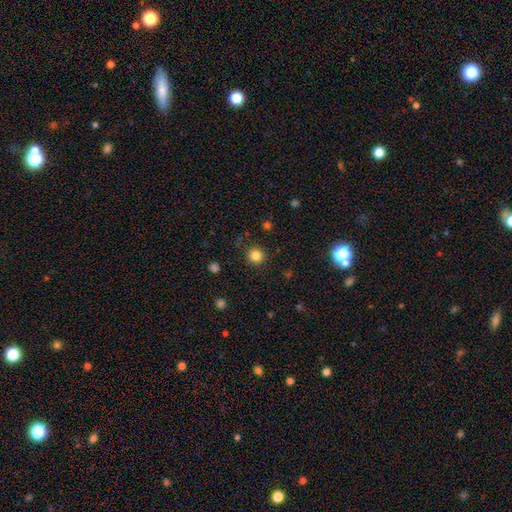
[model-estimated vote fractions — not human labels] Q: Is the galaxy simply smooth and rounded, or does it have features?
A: smooth — 83%.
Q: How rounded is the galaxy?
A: round — 93%.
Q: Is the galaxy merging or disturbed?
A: none — 88%.